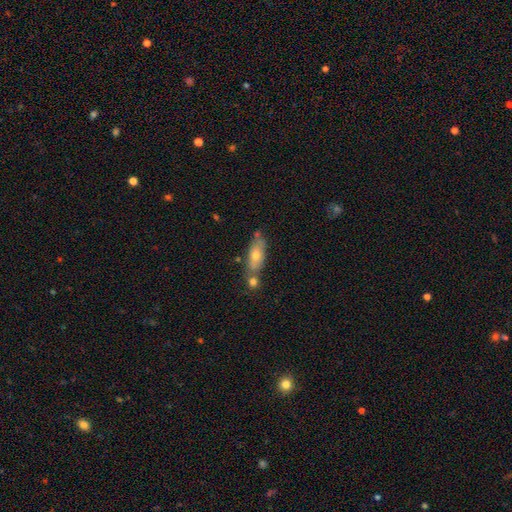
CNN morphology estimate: A smooth galaxy with no disk features (54%) that is in between round and cigar-shaped (57%). Merging: none (58%).